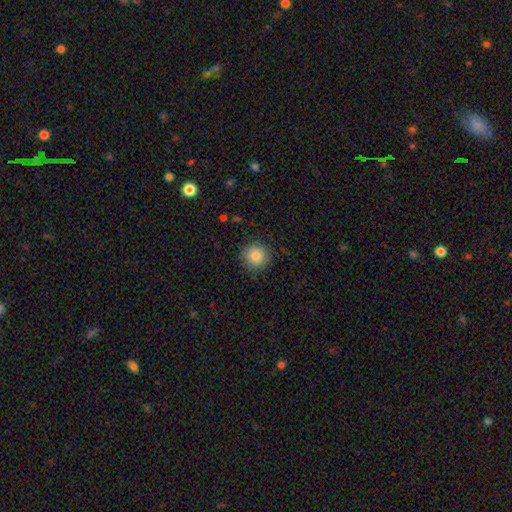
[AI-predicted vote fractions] Smooth or featured? Predicted: smooth (p=0.86). How rounded? Predicted: round (p=0.94). Merging? Predicted: none (p=0.89).